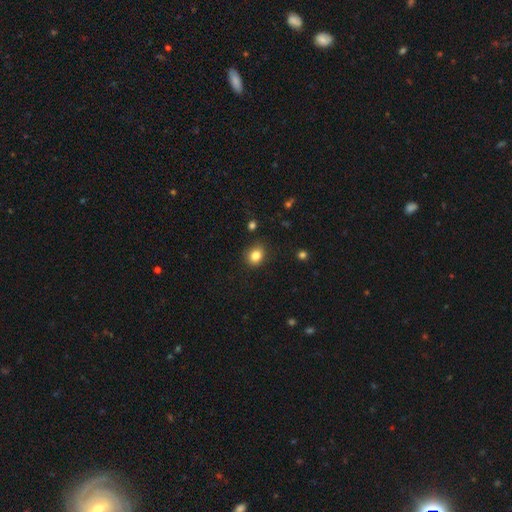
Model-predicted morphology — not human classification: Overall: smooth (84%). How rounded: round (62%; in between 37%). Merging: none (85%).